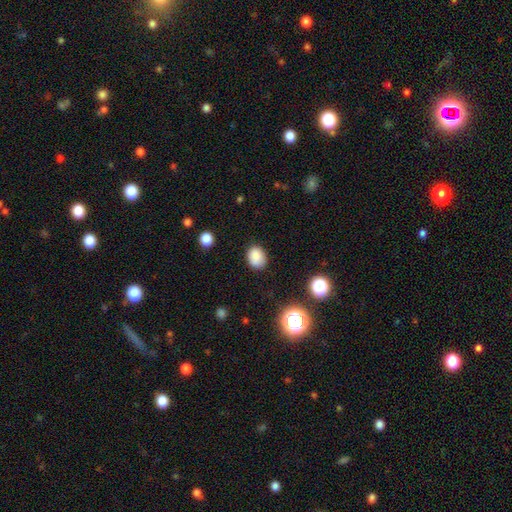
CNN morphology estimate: type=smooth (84%); roundness=in between (58%); merging=none (82%).